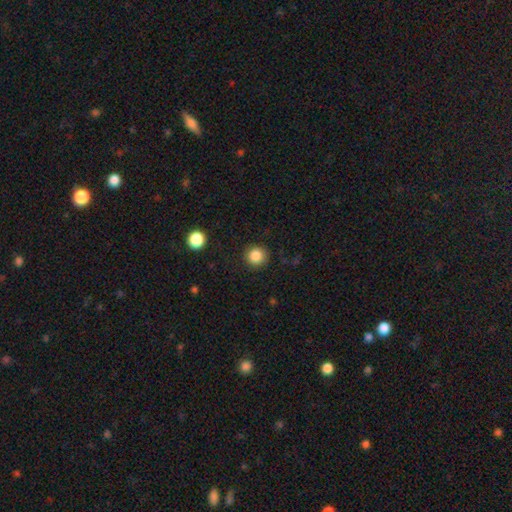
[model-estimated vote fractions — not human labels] Overall: smooth (85%). How rounded: round (94%). Merging: none (90%).